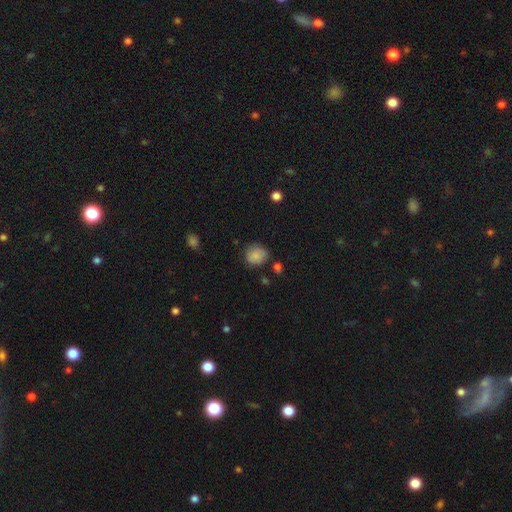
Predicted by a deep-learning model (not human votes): This appears to be a smooth galaxy with no disk features (83%) that is round (76%). Merging: none (69%).